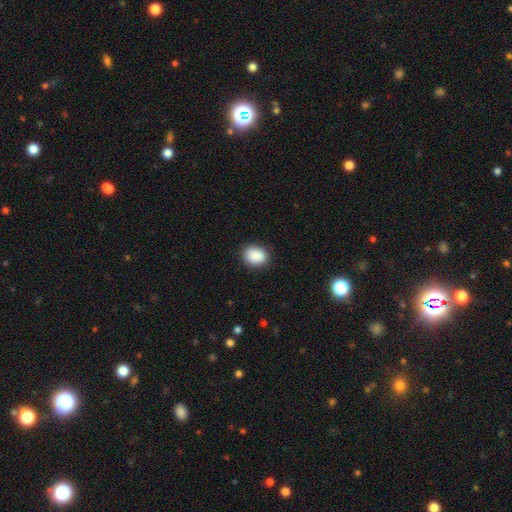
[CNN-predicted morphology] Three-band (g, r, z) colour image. It shows a smooth galaxy with no disk features (90%) that is in between round and cigar-shaped (59%). Merging: none (87%).